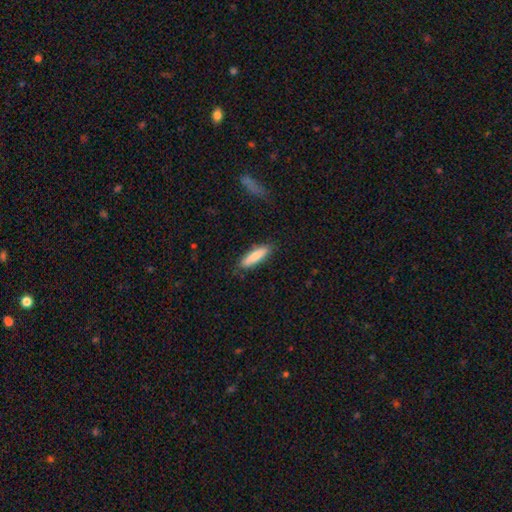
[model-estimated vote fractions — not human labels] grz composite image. It shows a smooth galaxy with no disk features (81%) that is cigar-shaped (70%). Merging: none (85%).